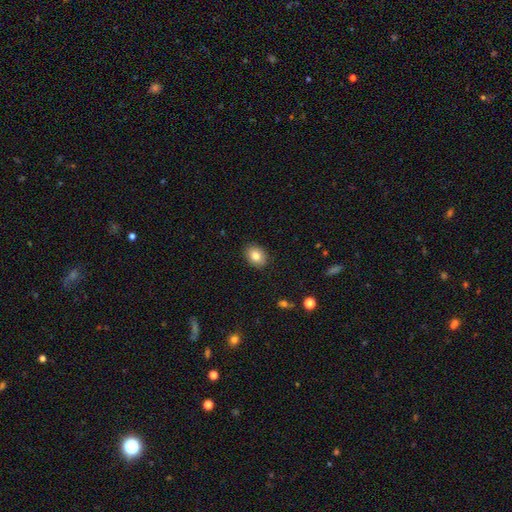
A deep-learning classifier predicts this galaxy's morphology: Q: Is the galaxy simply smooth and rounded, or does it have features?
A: smooth — 83%.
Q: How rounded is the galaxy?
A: in between — 61%.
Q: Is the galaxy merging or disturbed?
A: none — 89%.